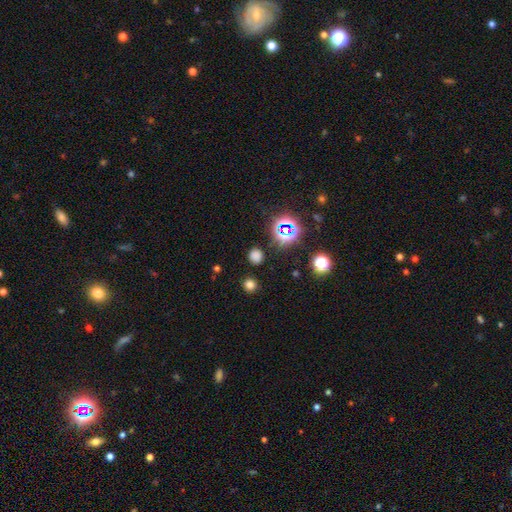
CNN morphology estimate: smooth 65%, star or artifact 30%, featured or disk 5%. Down the decision tree: how rounded — round (83%); merging — none (86%).